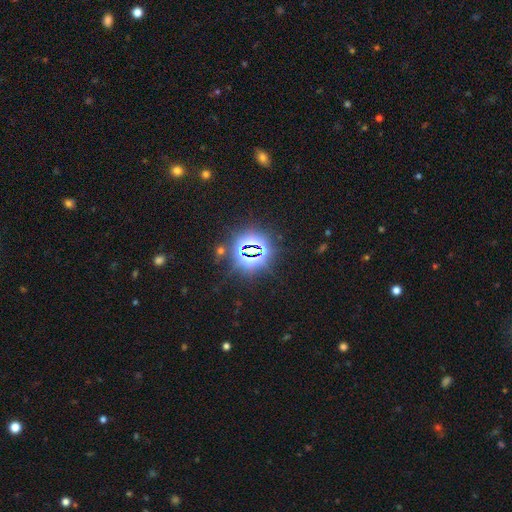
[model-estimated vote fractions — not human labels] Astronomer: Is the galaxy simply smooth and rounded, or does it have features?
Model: star or artifact — 80%.